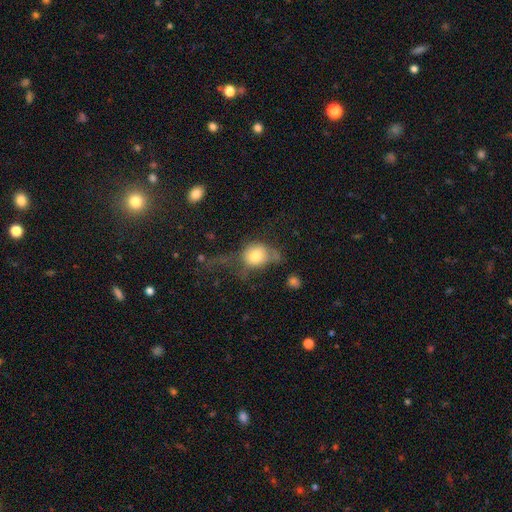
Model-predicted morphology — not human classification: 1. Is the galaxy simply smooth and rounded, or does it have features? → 72% smooth, 19% featured or disk, 10% star or artifact.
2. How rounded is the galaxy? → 68% round, 31% in between, 2% cigar-shaped.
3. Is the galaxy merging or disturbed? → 38% major disturbance, 28% none, 23% minor disturbance, 10% merger.